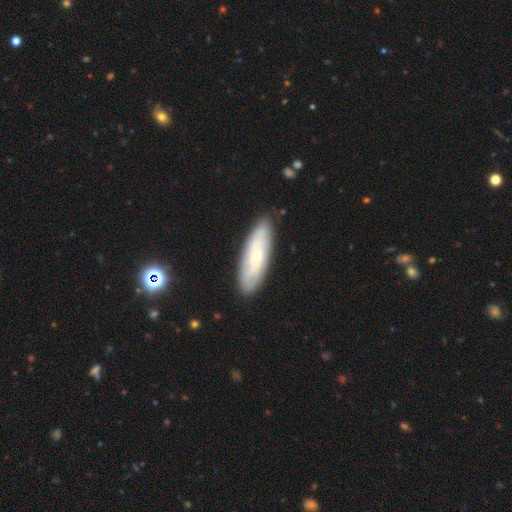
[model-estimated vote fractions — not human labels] featured or disk 54%, smooth 40%, star or artifact 7%. Down the decision tree: edge-on disk — no (79%); merging — none (85%).